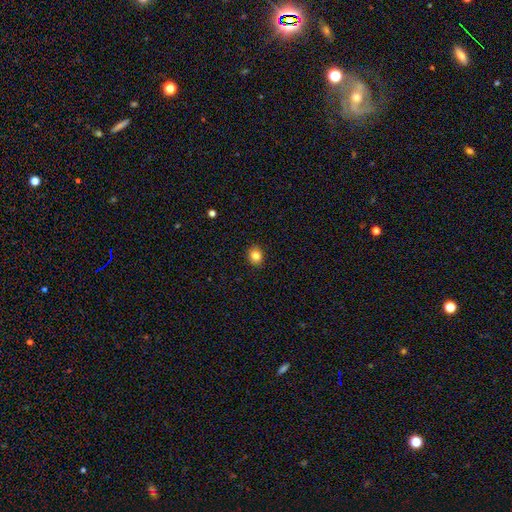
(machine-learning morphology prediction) This is clearly a smooth galaxy (83%). How rounded: likely round (61%). Merging: clearly none (91%).